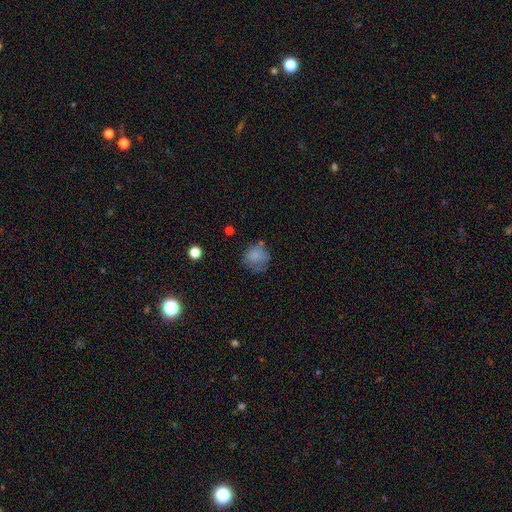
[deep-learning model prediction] A smooth galaxy with no disk features (77%) that is round (80%).

Vote fractions:
- Smooth or featured? smooth: 77% / featured or disk: 12% / star or artifact: 11%
- How rounded? round: 80% / in between: 19% / cigar-shaped: 1%
- Merging? none: 58% / minor disturbance: 26% / major disturbance: 13% / merger: 4%